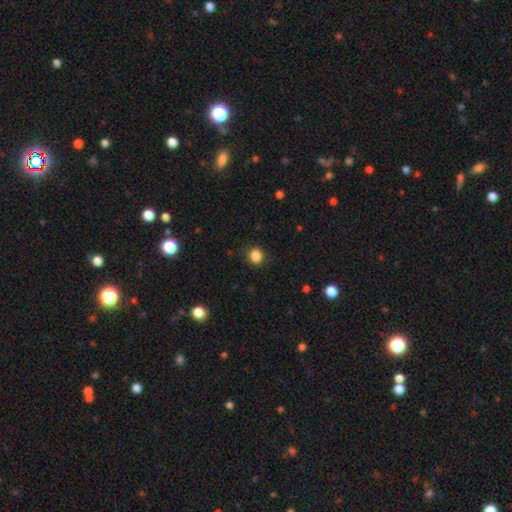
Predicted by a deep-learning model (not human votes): Smooth or featured? Predicted: smooth (p=0.86). How rounded? Predicted: round (p=0.72). Merging? Predicted: none (p=0.84).